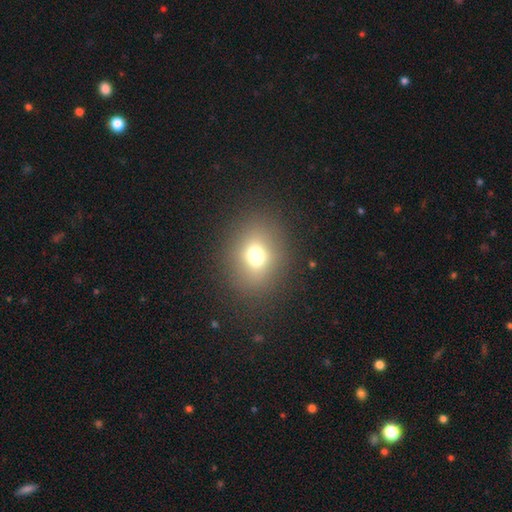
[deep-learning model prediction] Q: Smooth or featured?
A: smooth (69%); runner-up: star or artifact (18%)
Q: How rounded?
A: round (61%); runner-up: in between (38%)
Q: Merging?
A: none (85%); runner-up: minor disturbance (9%)